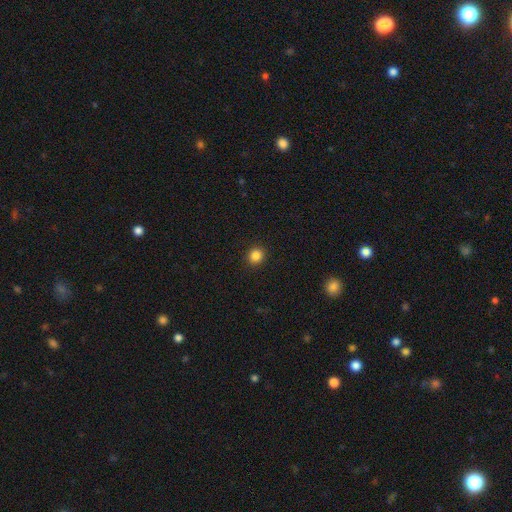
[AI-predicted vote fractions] Smooth or featured?
  - smooth: 85% *
  - star or artifact: 11%
  - featured or disk: 4%
How rounded?
  - round: 88% *
  - in between: 11%
  - cigar-shaped: 1%
Merging?
  - none: 92% *
  - minor disturbance: 5%
  - major disturbance: 2%
  - merger: 1%